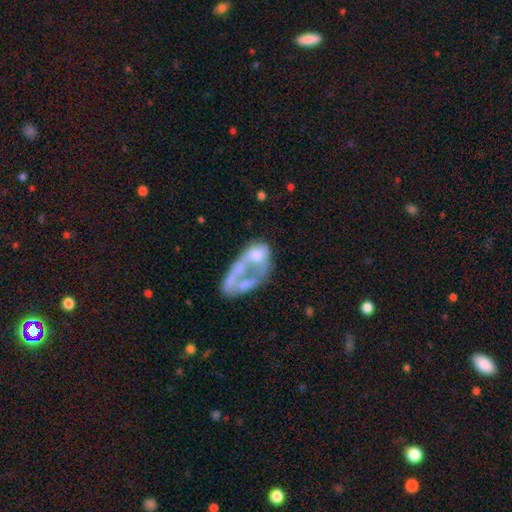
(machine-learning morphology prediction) Smooth or featured?
  - featured or disk: 54% *
  - smooth: 36%
  - star or artifact: 10%
Edge-on disk?
  - no: 96% *
  - yes: 4%
Bar?
  - no: 89% *
  - weak: 8%
  - strong: 3%
Spiral arms?
  - no: 90% *
  - yes: 10%
Bulge size?
  - none: 54% *
  - moderate: 23%
  - small: 13%
  - large: 8%
  - dominant: 2%
Merging?
  - merger: 39% *
  - major disturbance: 35%
  - none: 16%
  - minor disturbance: 10%